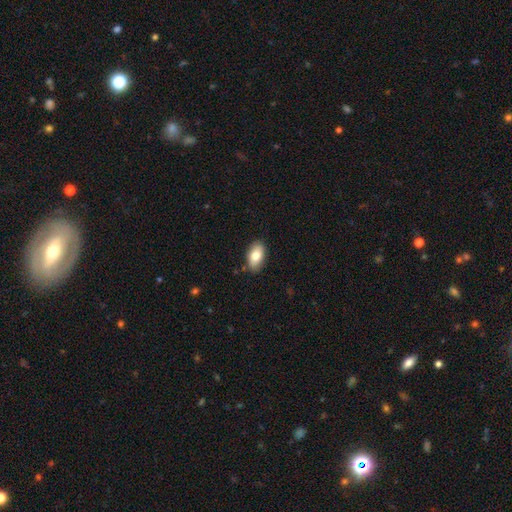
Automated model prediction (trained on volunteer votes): A smooth galaxy with no disk features (79%) that is in between round and cigar-shaped (93%). Merging: none (84%).